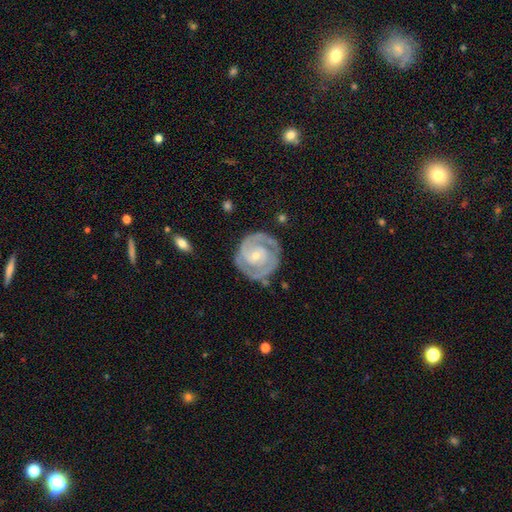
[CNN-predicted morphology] This appears to be a featured or disk galaxy (86%) with no bar (62%), 2 (66%) tight (66%) spiral arms (94%) and a small central bulge (68%). Merging: none (76%).